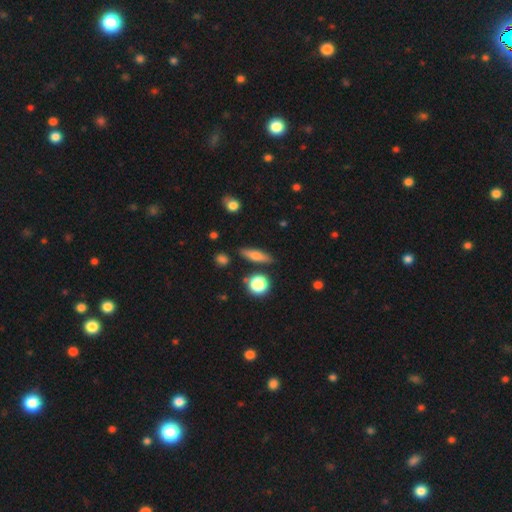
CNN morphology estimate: This appears to be a smooth galaxy with no disk features (64%) that is cigar-shaped (60%). Merging: none (83%).